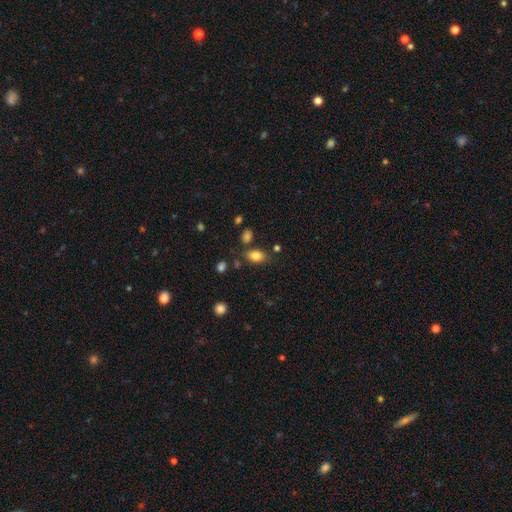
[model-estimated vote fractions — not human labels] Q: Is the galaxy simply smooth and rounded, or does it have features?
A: smooth — 81%.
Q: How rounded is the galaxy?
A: in between — 86%.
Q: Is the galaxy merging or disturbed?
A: none — 74%.